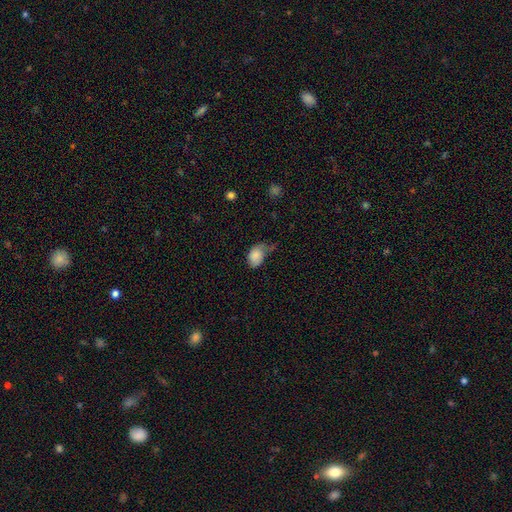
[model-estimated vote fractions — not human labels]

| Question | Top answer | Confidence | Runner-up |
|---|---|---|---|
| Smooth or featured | smooth | 84% | featured or disk (9%) |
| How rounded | in between | 80% | round (19%) |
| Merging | minor disturbance | 41% | none (33%) |